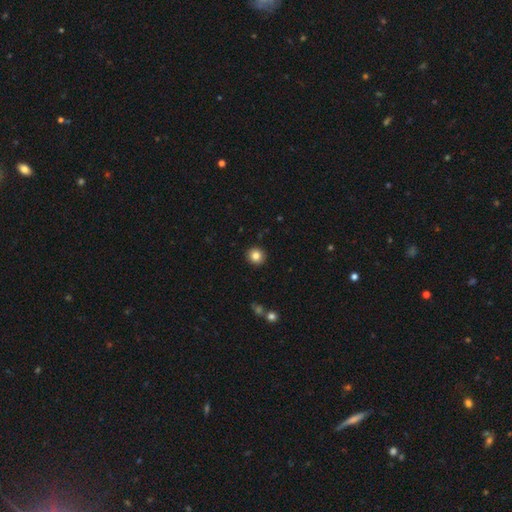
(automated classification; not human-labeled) Smooth or featured?
  - smooth: 84% *
  - star or artifact: 10%
  - featured or disk: 6%
How rounded?
  - round: 92% *
  - in between: 7%
  - cigar-shaped: 1%
Merging?
  - none: 92% *
  - minor disturbance: 5%
  - major disturbance: 2%
  - merger: 1%